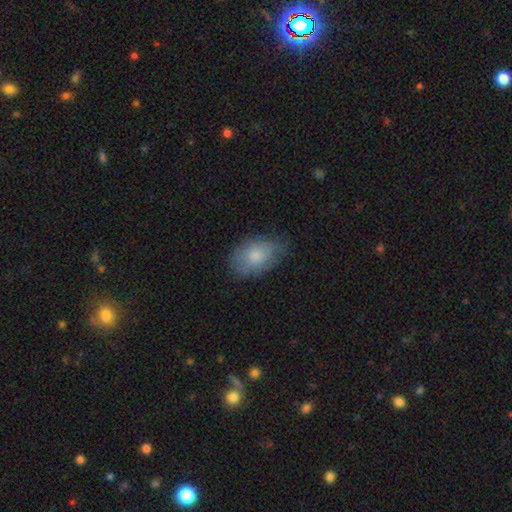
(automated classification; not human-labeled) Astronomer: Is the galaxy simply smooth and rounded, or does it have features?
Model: smooth — 78%.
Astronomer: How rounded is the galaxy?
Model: in between — 88%.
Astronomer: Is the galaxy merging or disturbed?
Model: none — 68%.